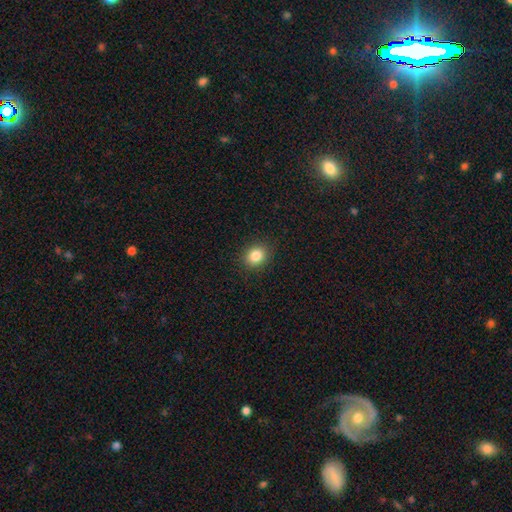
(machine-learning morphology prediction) This appears to be a smooth galaxy with no disk features (84%) that is round (63%). Merging: none (90%).